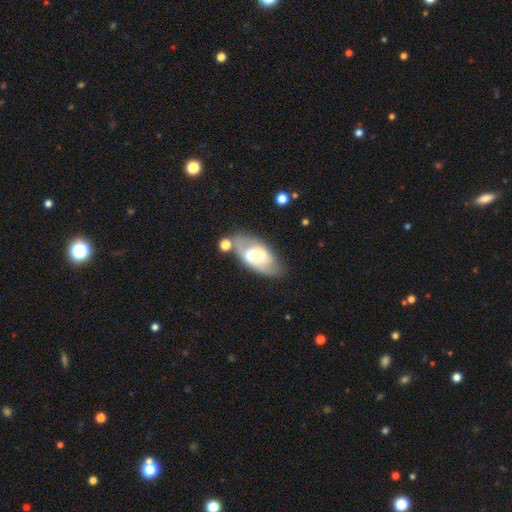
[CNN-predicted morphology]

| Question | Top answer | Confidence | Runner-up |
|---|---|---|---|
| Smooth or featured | featured or disk | 52% | smooth (41%) |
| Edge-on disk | no | 89% | yes (11%) |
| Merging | none | 55% | minor disturbance (22%) |